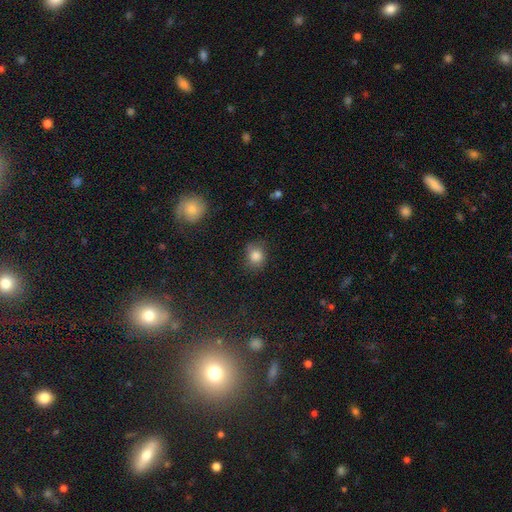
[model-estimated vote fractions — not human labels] smooth-or-featured: smooth: 83% | star or artifact: 11% | featured or disk: 7%
  how-rounded: round: 73% | in between: 26% | cigar-shaped: 1%
  merging: none: 73% | minor disturbance: 20% | major disturbance: 5% | merger: 2%